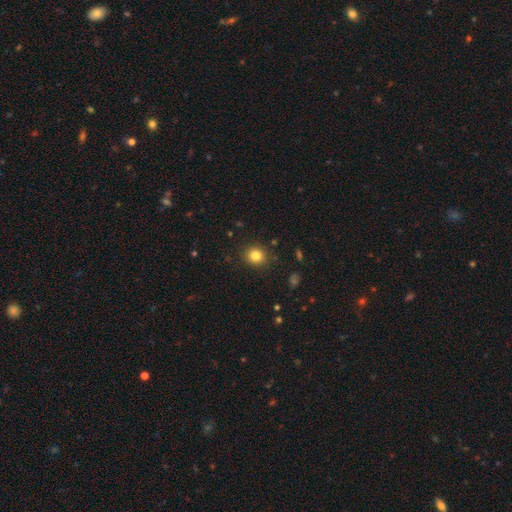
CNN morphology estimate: This is clearly a smooth galaxy (82%). How rounded: clearly round (85%). Merging: clearly none (89%).